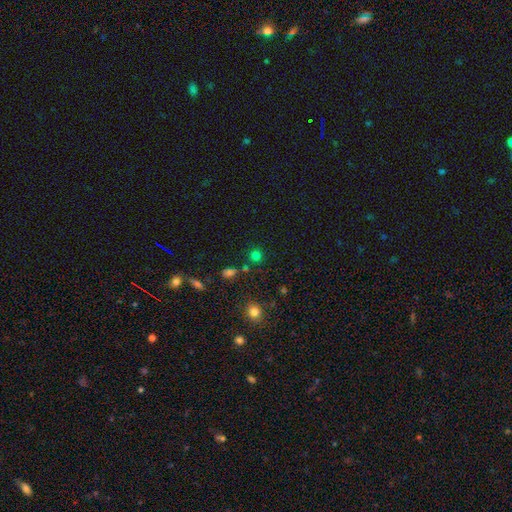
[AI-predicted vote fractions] A smooth galaxy with no disk features (74%) that is round (89%). Merging: none (79%).